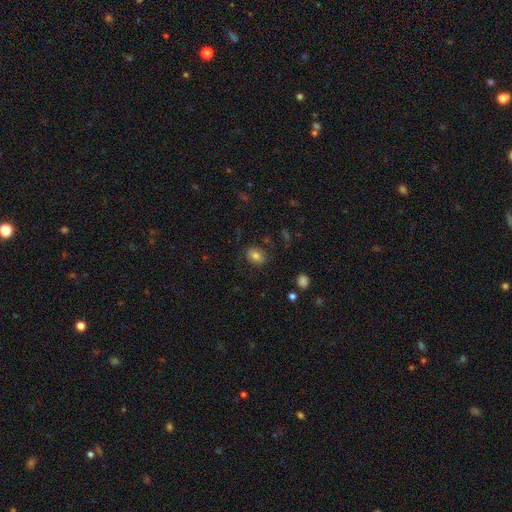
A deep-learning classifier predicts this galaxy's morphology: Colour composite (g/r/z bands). It shows a smooth galaxy with no disk features (77%) that is in between round and cigar-shaped (56%). Merging: none (81%).